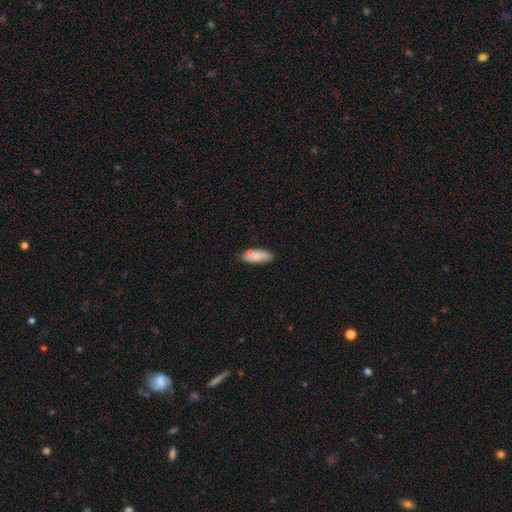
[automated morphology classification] smooth_or_featured: smooth (p=0.81) [alt: featured or disk p=0.13]
how_rounded: in between (p=0.73) [alt: cigar-shaped p=0.25]
merging: none (p=0.75) [alt: minor disturbance p=0.17]